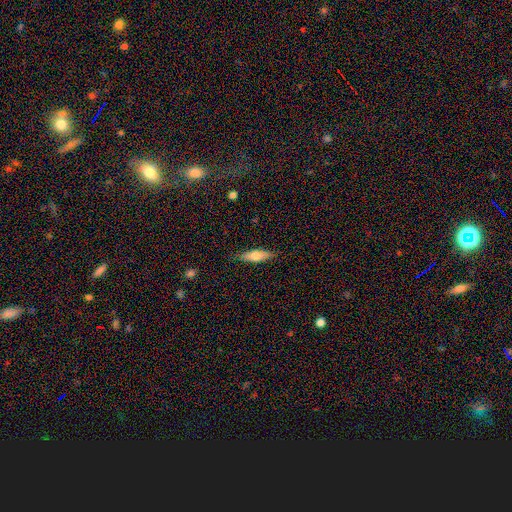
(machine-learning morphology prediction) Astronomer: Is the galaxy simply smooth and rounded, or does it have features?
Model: smooth — 63%.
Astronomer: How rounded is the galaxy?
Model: cigar-shaped — 51% (runner-up: in between, 47%).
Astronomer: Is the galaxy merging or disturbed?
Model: none — 84%.